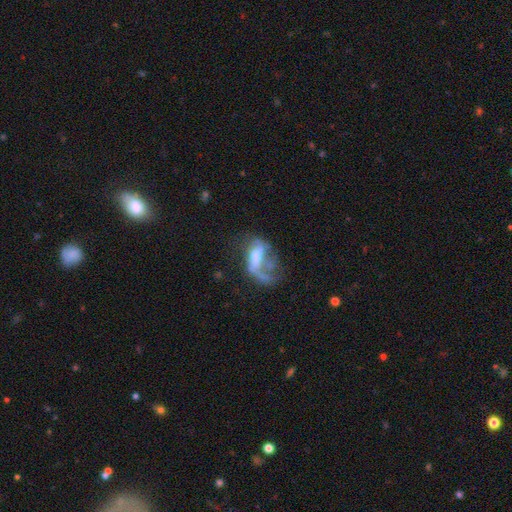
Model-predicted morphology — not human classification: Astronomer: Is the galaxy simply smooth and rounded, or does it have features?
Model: featured or disk — 62%.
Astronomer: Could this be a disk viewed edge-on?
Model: no — 94%.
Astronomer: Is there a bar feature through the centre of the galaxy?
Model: no — 52% (runner-up: weak, 32%).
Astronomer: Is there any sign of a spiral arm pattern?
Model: no — 51% (runner-up: yes, 49%).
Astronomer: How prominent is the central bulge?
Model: moderate — 49% (runner-up: small, 35%).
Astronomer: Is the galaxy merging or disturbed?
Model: major disturbance — 51%.